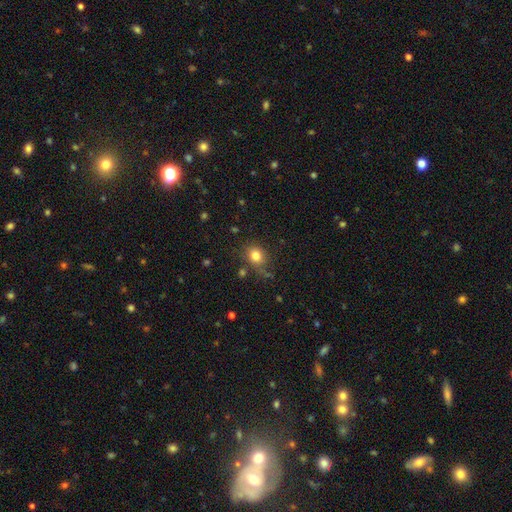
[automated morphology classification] Overall: smooth (80%). How rounded: round (67%; in between 32%). Merging: none (72%).